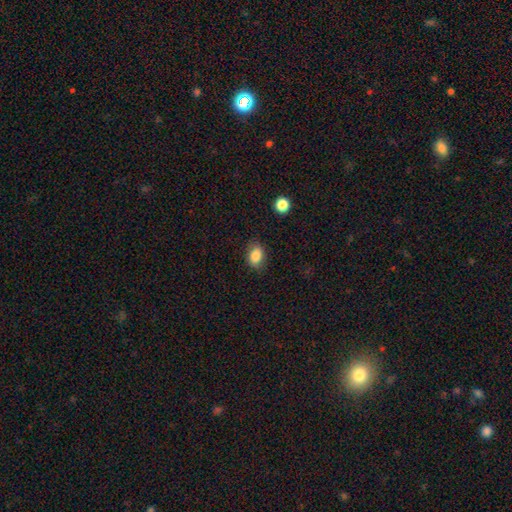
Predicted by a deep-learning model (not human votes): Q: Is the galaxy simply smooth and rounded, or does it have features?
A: smooth — 85%.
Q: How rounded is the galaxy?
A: in between — 79%.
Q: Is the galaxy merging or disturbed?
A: none — 81%.